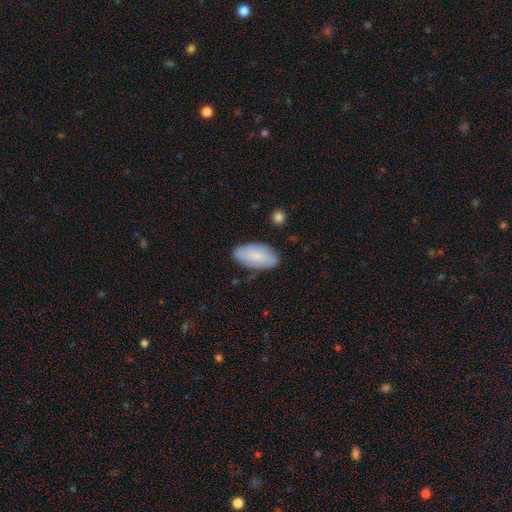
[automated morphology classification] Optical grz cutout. It shows a smooth galaxy with no disk features (74%) that is in between round and cigar-shaped (94%). Merging: none (73%).